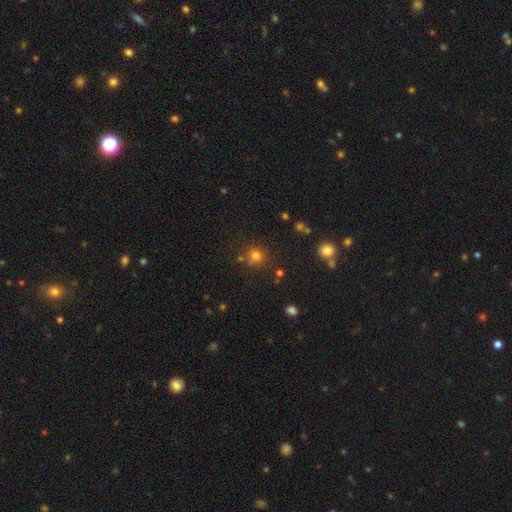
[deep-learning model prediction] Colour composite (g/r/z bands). It shows a smooth galaxy with no disk features (73%) that is round (87%). Merging: none (71%).